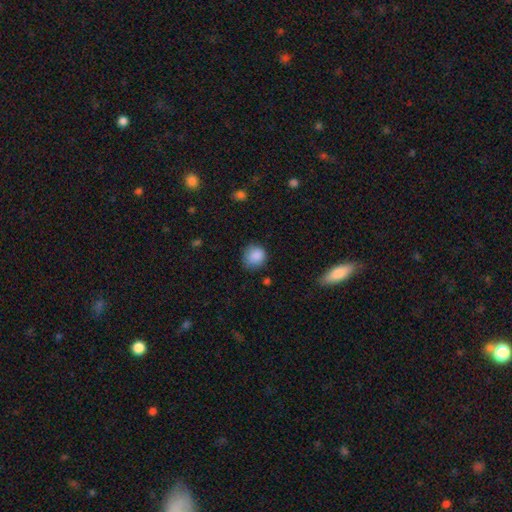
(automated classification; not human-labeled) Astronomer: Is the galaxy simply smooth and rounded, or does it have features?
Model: smooth — 87%.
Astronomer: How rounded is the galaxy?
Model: round — 84%.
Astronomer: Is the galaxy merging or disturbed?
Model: none — 75%.